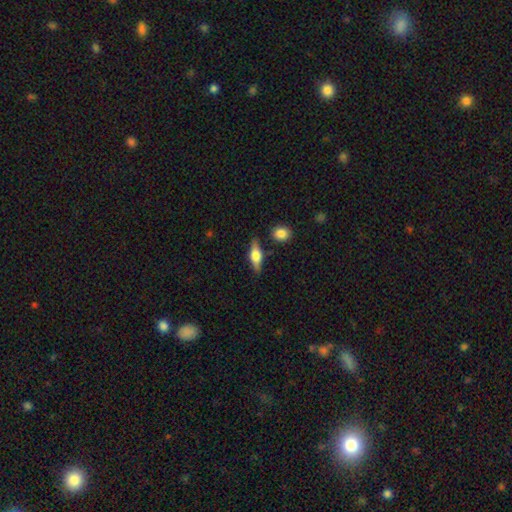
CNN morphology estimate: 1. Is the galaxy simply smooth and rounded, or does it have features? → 55% featured or disk, 38% smooth, 7% star or artifact.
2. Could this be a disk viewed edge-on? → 94% yes, 6% no.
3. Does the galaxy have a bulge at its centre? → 91% rounded, 7% boxy, 2% none.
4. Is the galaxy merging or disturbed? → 82% none, 11% minor disturbance, 4% merger, 3% major disturbance.